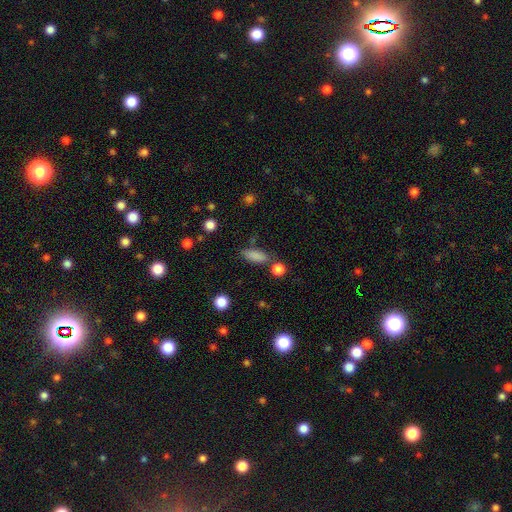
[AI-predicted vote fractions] smooth_or_featured: smooth (p=0.84) [alt: star or artifact p=0.09]
how_rounded: in between (p=0.70) [alt: cigar-shaped p=0.26]
merging: none (p=0.70) [alt: minor disturbance p=0.15]